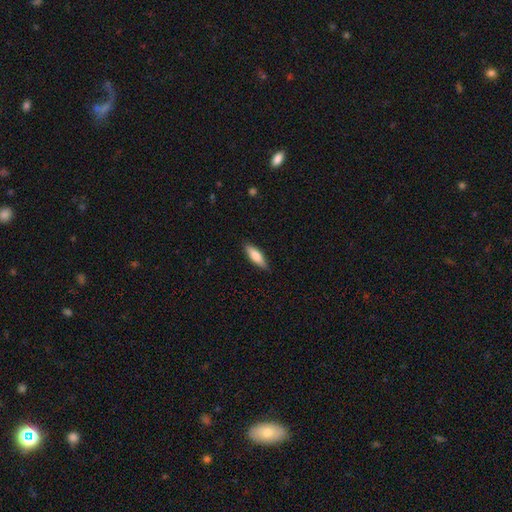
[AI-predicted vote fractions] Overall: smooth (79%). How rounded: in between (49%, tied with cigar-shaped). Merging: none (86%).